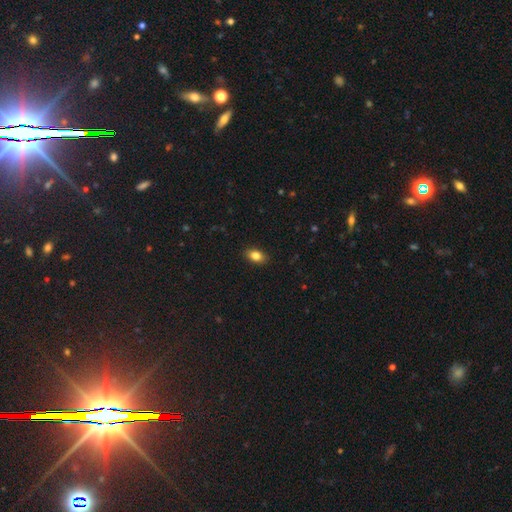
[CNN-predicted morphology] A smooth galaxy with no disk features (83%) that is in between round and cigar-shaped (86%). Merging: none (89%).